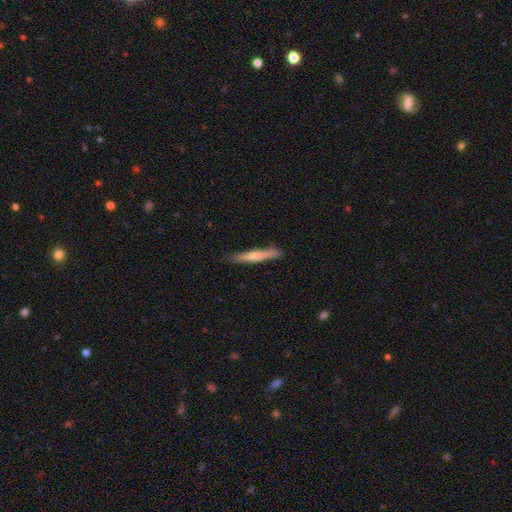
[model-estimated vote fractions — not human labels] Smooth or featured?
  - smooth: 60% *
  - featured or disk: 35%
  - star or artifact: 6%
How rounded?
  - cigar-shaped: 94% *
  - in between: 4%
  - round: 1%
Merging?
  - none: 83% *
  - minor disturbance: 13%
  - major disturbance: 2%
  - merger: 2%